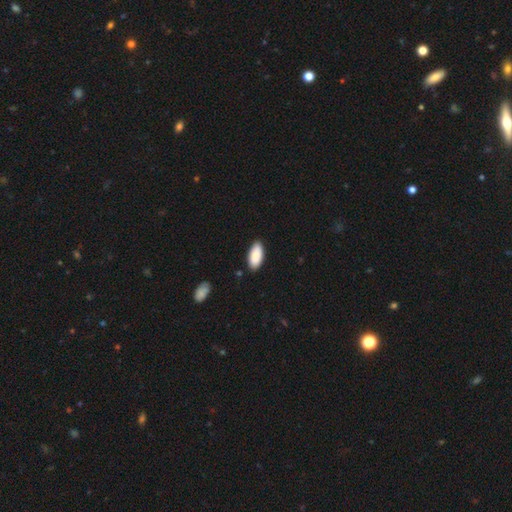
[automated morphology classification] type=smooth (90%); roundness=in between (90%); merging=none (86%).